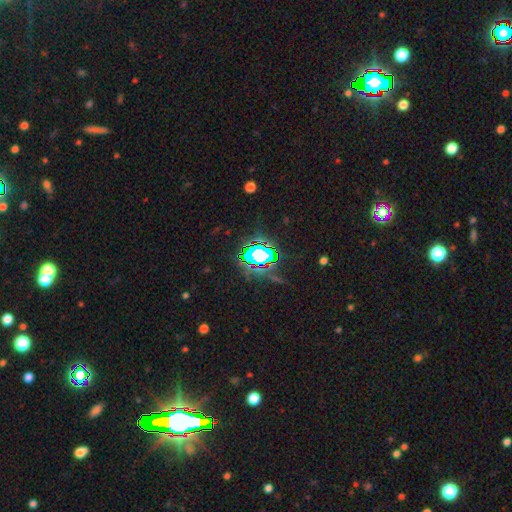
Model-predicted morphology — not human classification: type=star or artifact (76%).